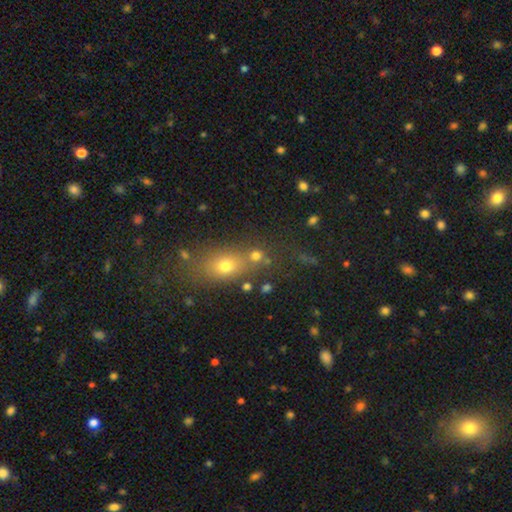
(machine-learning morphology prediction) Smooth or featured? smooth (68%)
How rounded? round (69%)
Merging? none (57%)